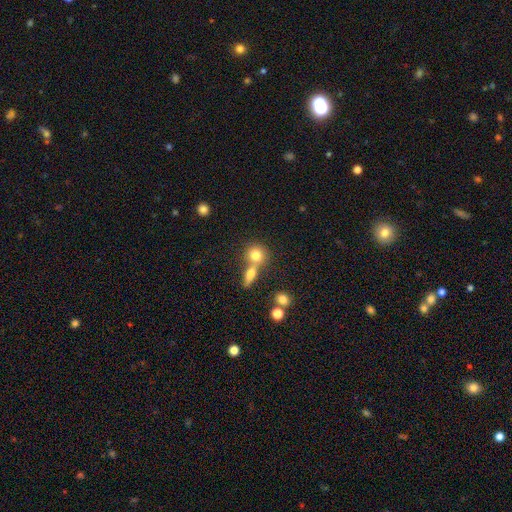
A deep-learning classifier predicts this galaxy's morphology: This is likely a smooth galaxy (76%). How rounded: likely round (78%). Merging: marginally none (45%).